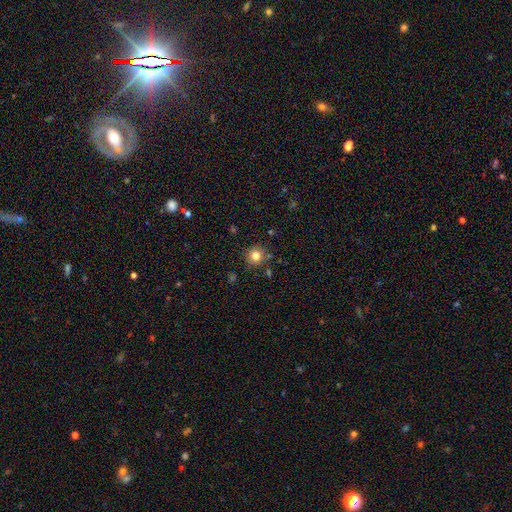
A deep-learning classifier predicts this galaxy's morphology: type=smooth (81%); roundness=round (92%); merging=none (84%).